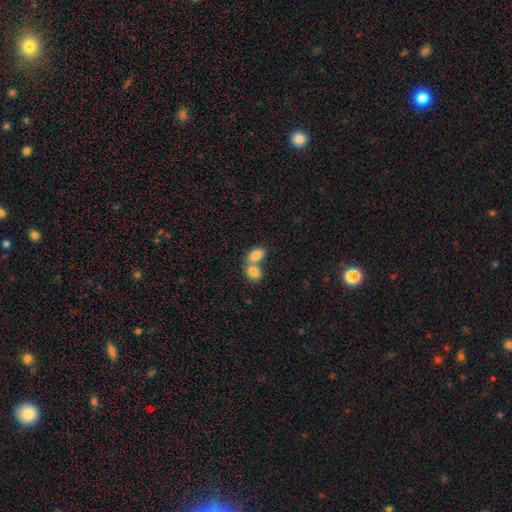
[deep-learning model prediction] Smooth or featured? smooth (81%)
How rounded? in between (83%)
Merging? merger (66%)